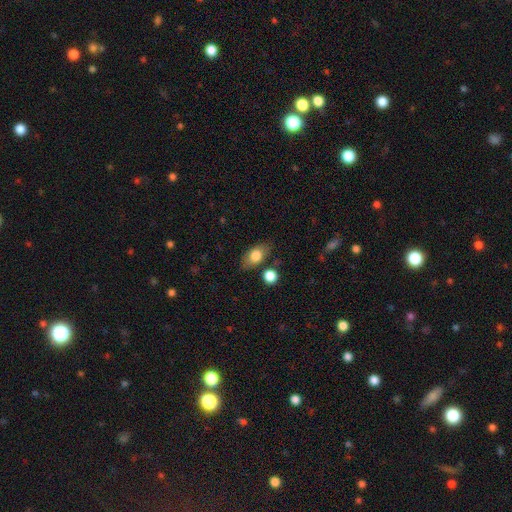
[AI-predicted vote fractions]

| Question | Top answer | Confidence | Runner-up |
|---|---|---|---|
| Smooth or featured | smooth | 76% | featured or disk (17%) |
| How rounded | in between | 85% | round (11%) |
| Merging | none | 75% | minor disturbance (15%) |